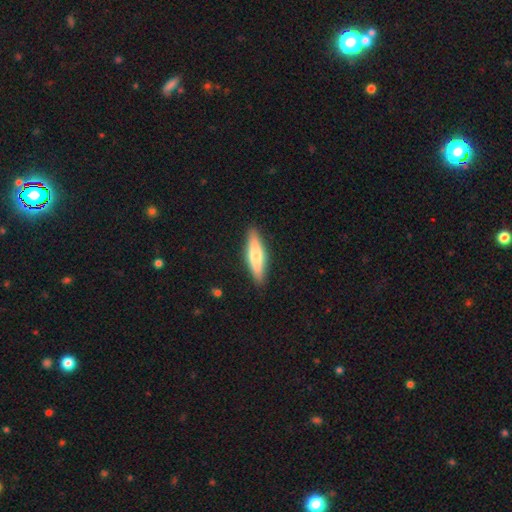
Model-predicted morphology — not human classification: type=smooth (63%); roundness=cigar-shaped (70%); merging=none (89%).